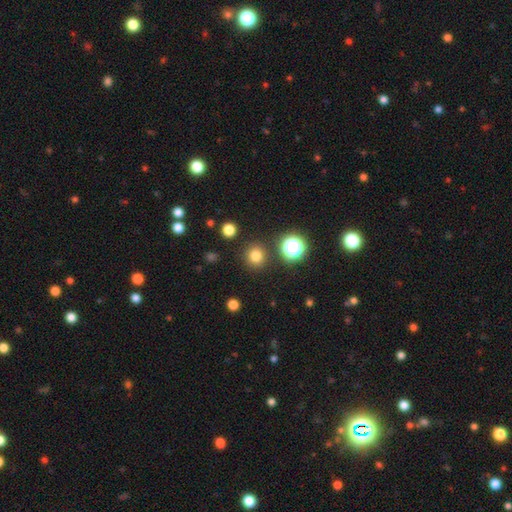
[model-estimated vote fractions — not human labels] smooth_or_featured: smooth (p=0.77) [alt: star or artifact p=0.17]
how_rounded: round (p=0.92) [alt: in between p=0.07]
merging: none (p=0.88) [alt: minor disturbance p=0.06]